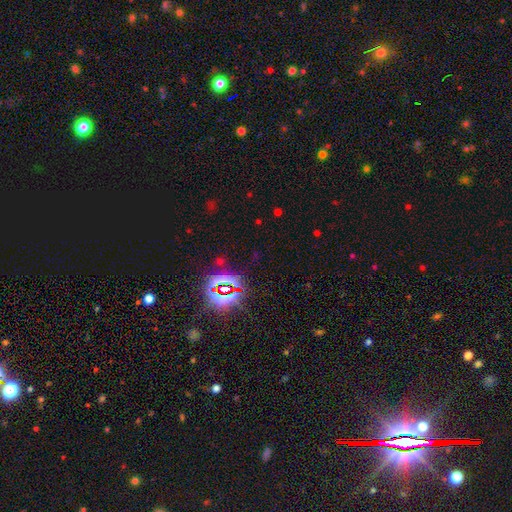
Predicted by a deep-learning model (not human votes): Overall: star or artifact (77%).